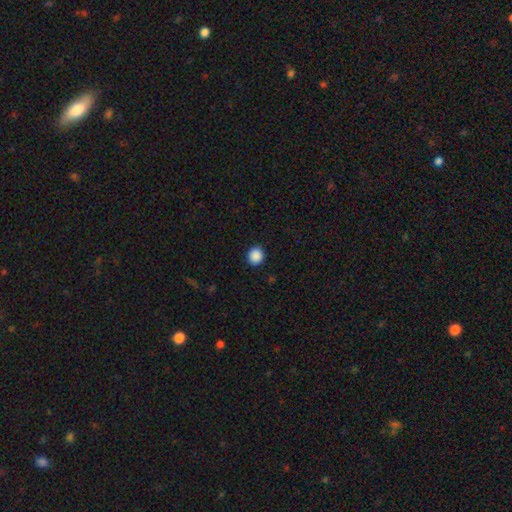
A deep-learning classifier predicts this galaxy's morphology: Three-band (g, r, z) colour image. It shows a smooth galaxy with no disk features (89%) that is round (86%). Merging: none (92%).